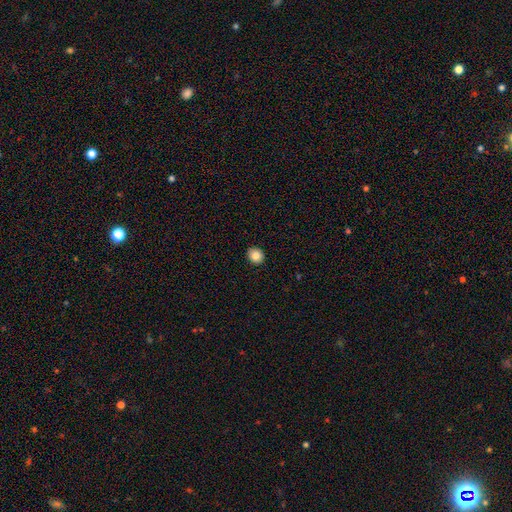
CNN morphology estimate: Smooth or featured? Predicted: smooth (p=0.83). How rounded? Predicted: round (p=0.78). Merging? Predicted: none (p=0.92).